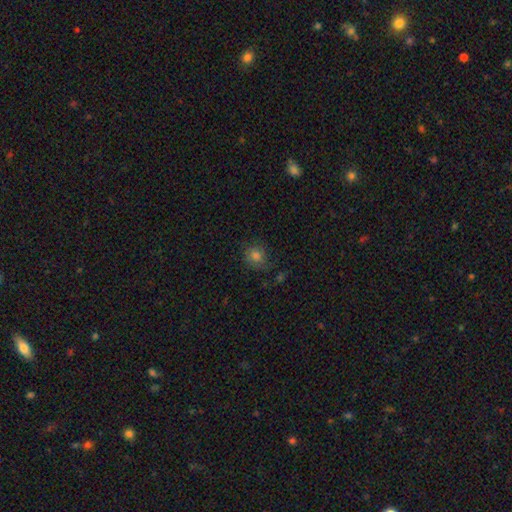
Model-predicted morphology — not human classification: Q: Smooth or featured?
A: smooth (72%); runner-up: star or artifact (17%)
Q: How rounded?
A: round (78%); runner-up: in between (21%)
Q: Merging?
A: none (71%); runner-up: minor disturbance (19%)